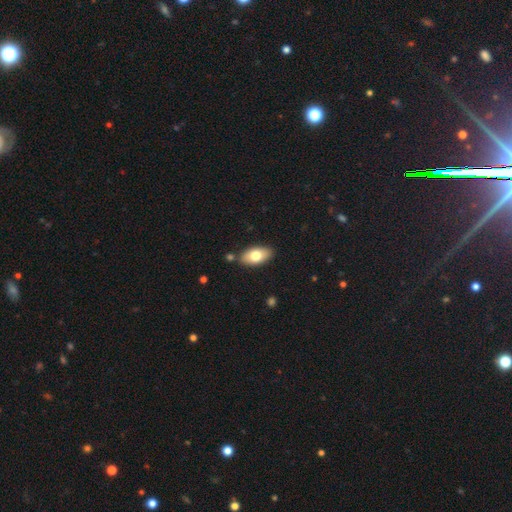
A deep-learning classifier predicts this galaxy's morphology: Smooth or featured? smooth (74%)
How rounded? in between (93%)
Merging? none (83%)